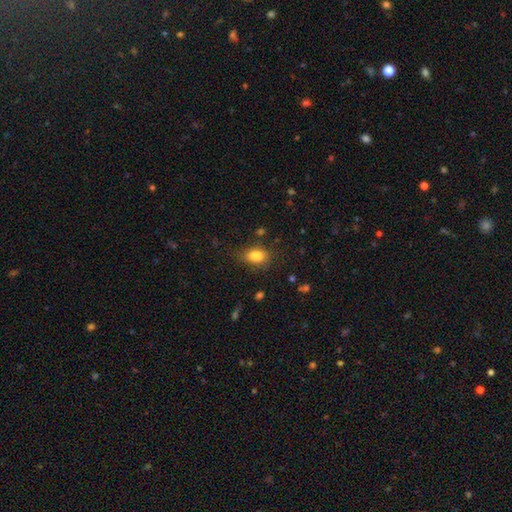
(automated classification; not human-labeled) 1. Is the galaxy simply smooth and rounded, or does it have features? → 82% smooth, 10% star or artifact, 8% featured or disk.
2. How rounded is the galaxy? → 82% in between, 15% round, 2% cigar-shaped.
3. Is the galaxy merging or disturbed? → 63% none, 23% minor disturbance, 7% major disturbance, 7% merger.